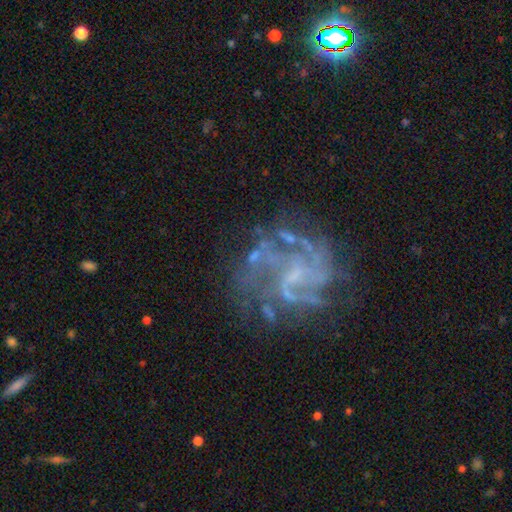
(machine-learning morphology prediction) featured or disk 79%, star or artifact 13%, smooth 9%. Down the decision tree: edge-on disk — no (98%); bar — no (46%); spiral arms — yes (83%); spiral arm count — can't tell (31%); spiral winding — medium (45%); bulge size — none (41%); merging — none (50%).